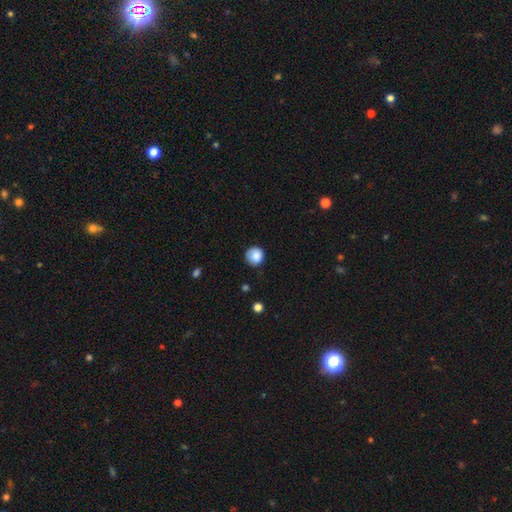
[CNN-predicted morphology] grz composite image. It shows a smooth galaxy with no disk features (85%) that is round (92%). Merging: none (75%).